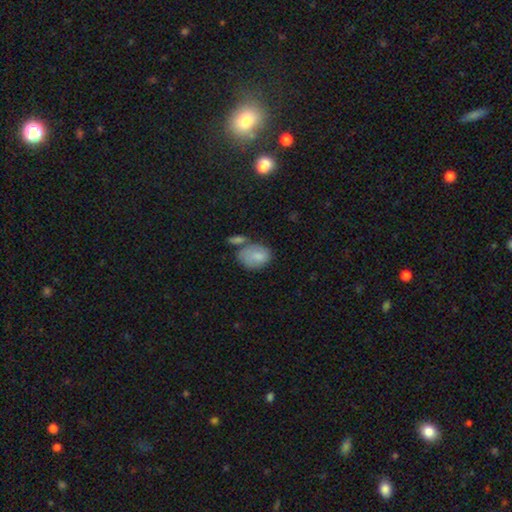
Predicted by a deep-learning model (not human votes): Smooth or featured? Predicted: smooth (p=0.79). How rounded? Predicted: in between (p=0.75). Merging? Predicted: none (p=0.43).